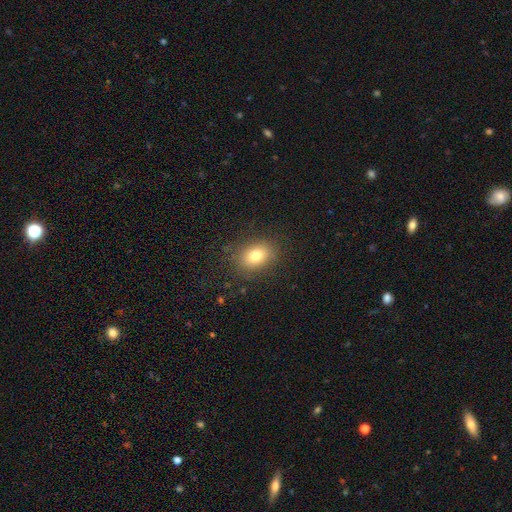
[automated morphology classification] This is likely a smooth galaxy (77%). How rounded: likely in between (70%). Merging: clearly none (84%).